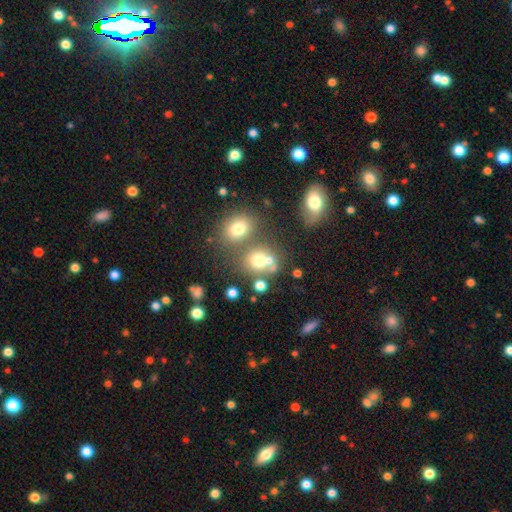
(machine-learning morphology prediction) smooth 53%, star or artifact 34%, featured or disk 13%. Down the decision tree: how rounded — round (54%); merging — none (58%).